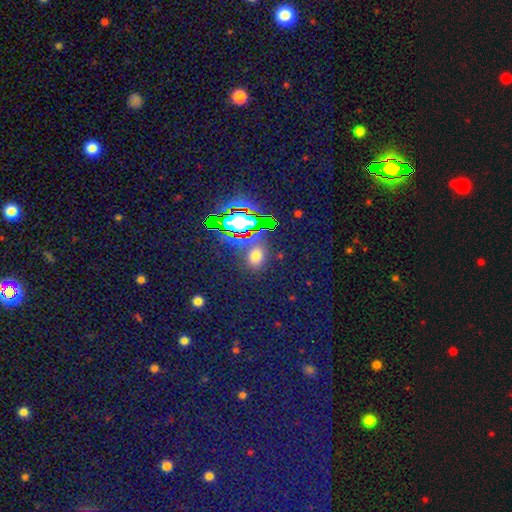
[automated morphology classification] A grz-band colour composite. It shows a smooth galaxy with no disk features (56%) that is in between round and cigar-shaped (52%). Merging: none (79%).